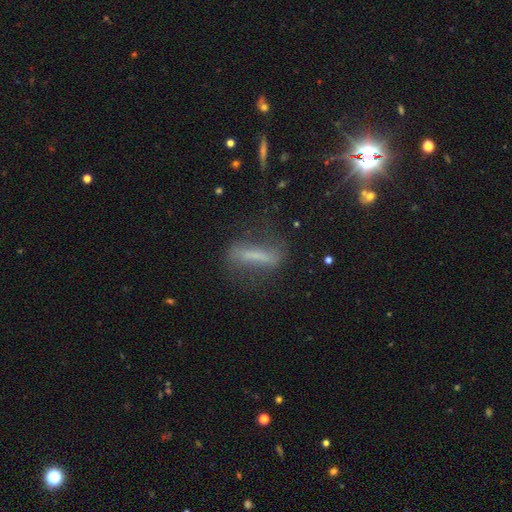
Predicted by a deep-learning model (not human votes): A smooth galaxy with no disk features (44%).

Vote fractions:
- Smooth or featured? smooth: 44% / featured or disk: 40% / star or artifact: 16%
- Merging? none: 63% / minor disturbance: 19% / major disturbance: 15% / merger: 3%